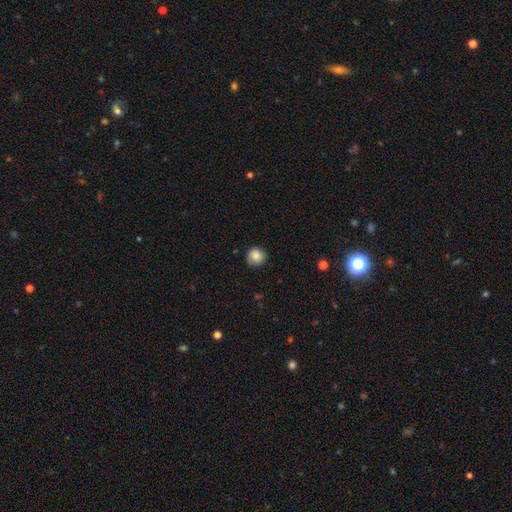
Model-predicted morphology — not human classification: This is clearly a smooth galaxy (86%). How rounded: clearly round (92%). Merging: clearly none (88%).